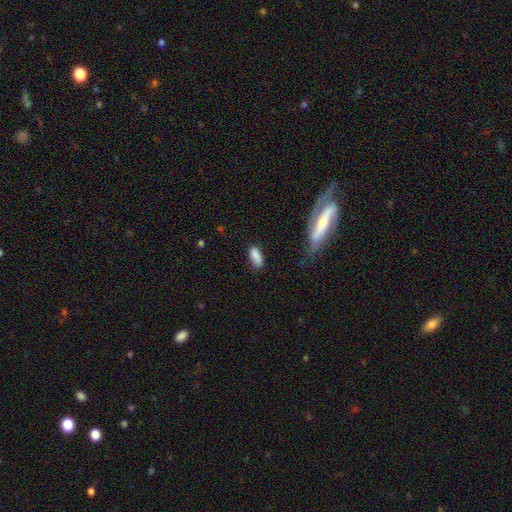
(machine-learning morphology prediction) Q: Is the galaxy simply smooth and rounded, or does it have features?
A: smooth — 86%.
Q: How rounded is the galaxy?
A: in between — 81%.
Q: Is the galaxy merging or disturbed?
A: none — 70%.